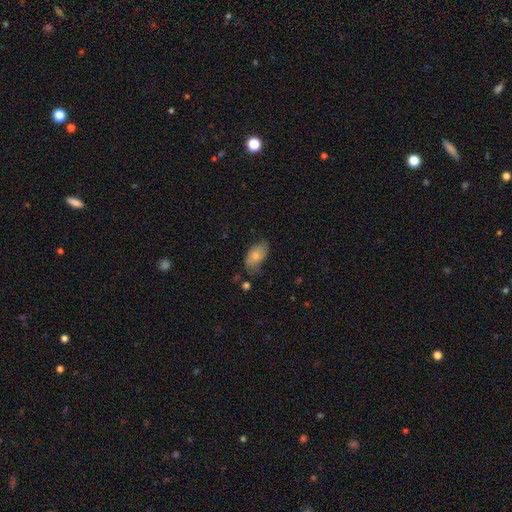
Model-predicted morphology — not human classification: A smooth galaxy with no disk features (75%) that is in between round and cigar-shaped (93%). Merging: none (60%).